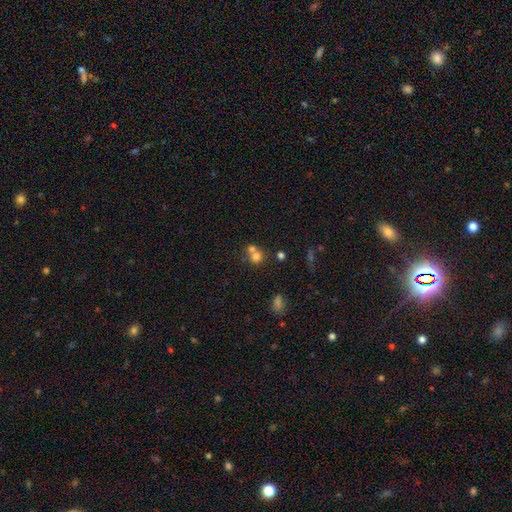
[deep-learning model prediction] Morphology: type=smooth (70%); roundness=round (81%); merging=merger (57%).